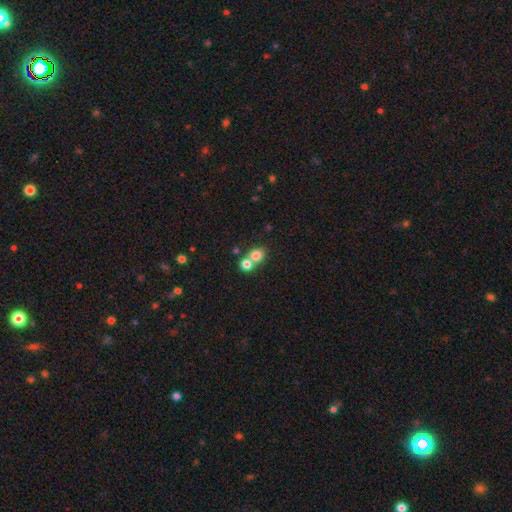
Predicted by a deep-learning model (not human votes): smooth_or_featured: smooth (p=0.78) [alt: star or artifact p=0.12]
how_rounded: round (p=0.75) [alt: in between p=0.24]
merging: merger (p=0.52) [alt: none p=0.40]